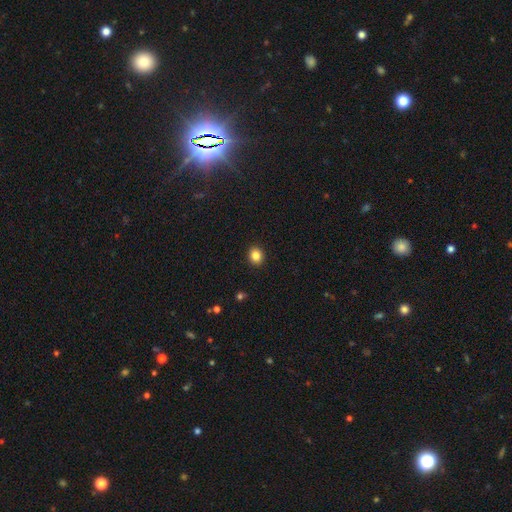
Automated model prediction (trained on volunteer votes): Smooth or featured? smooth (85%)
How rounded? round (71%)
Merging? none (92%)